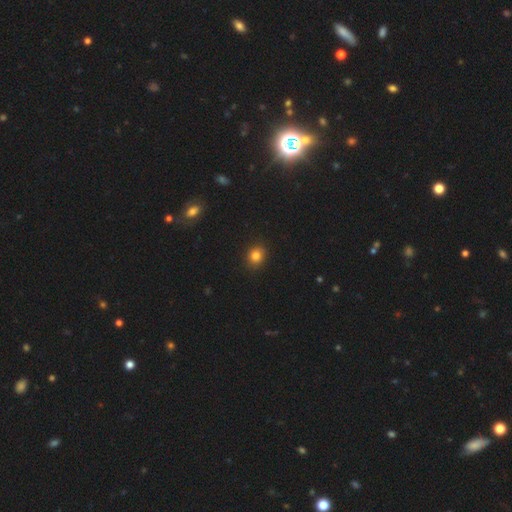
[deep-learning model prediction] A smooth galaxy with no disk features (82%) that is round (74%). Merging: none (89%).